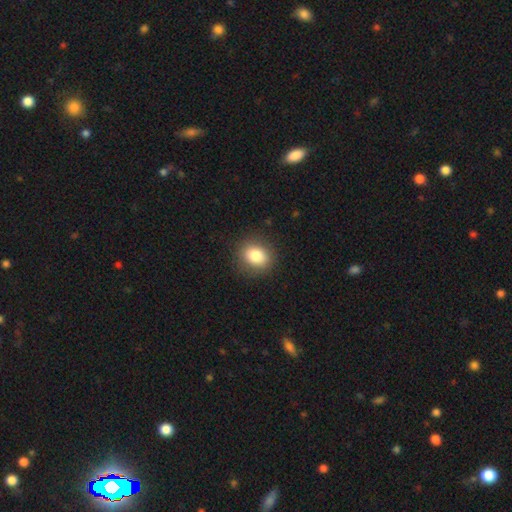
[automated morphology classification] This is clearly a smooth galaxy (82%). How rounded: likely round (64%). Merging: clearly none (88%).